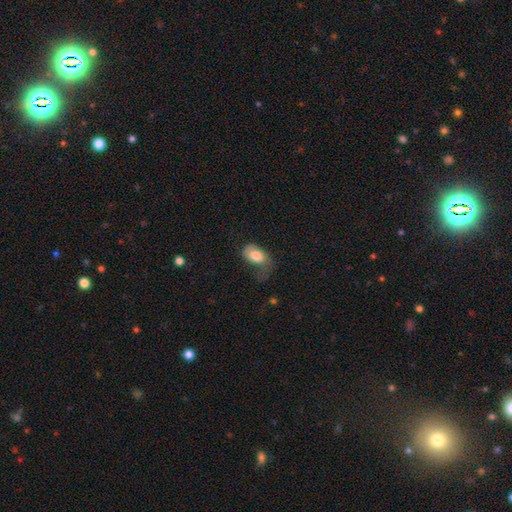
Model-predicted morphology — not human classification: The model was most divided on "merging": major disturbance: 42%, minor disturbance: 31%, none: 24%, merger: 3%. More confident: how rounded — in between (89%); smooth or featured — smooth (73%).